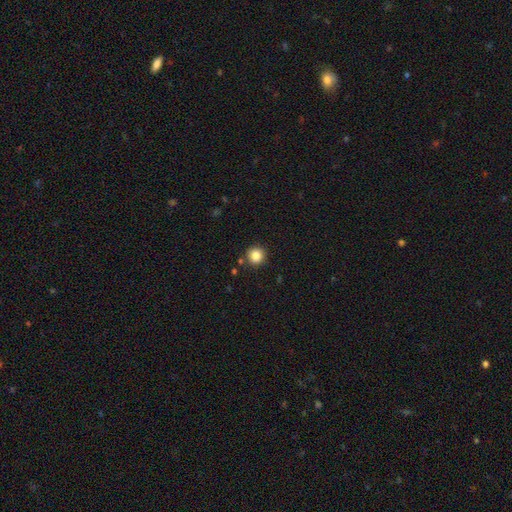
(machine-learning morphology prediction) Overall: smooth (84%). How rounded: round (95%). Merging: none (89%).